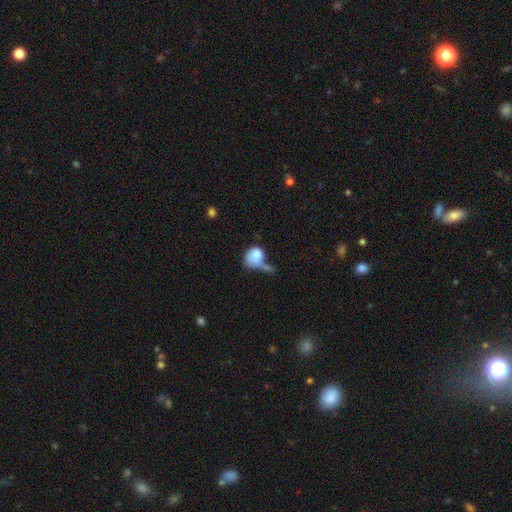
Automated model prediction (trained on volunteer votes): A smooth galaxy with no disk features (76%) that is in between round and cigar-shaped (50%). Merging: merger (34%).